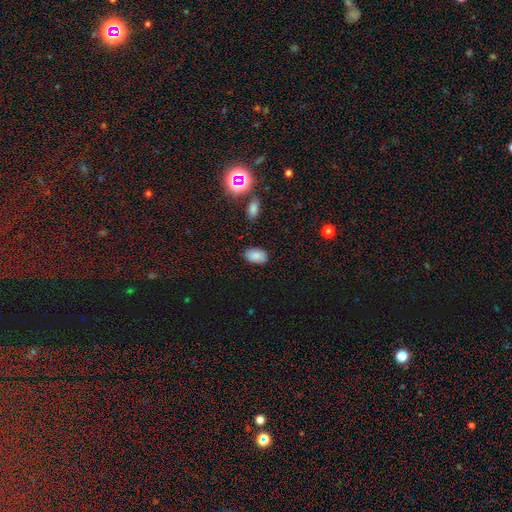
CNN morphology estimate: smooth-or-featured: smooth: 84% | star or artifact: 11% | featured or disk: 5%
  how-rounded: in between: 92% | round: 6% | cigar-shaped: 1%
  merging: none: 83% | minor disturbance: 12% | major disturbance: 3% | merger: 2%